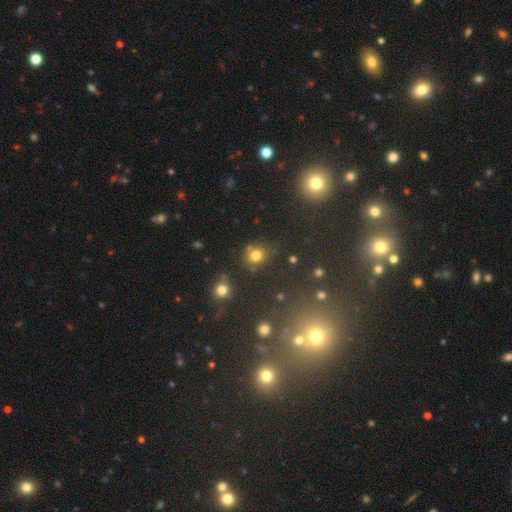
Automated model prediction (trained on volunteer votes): Morphology: type=smooth (73%); roundness=round (79%); merging=none (70%).